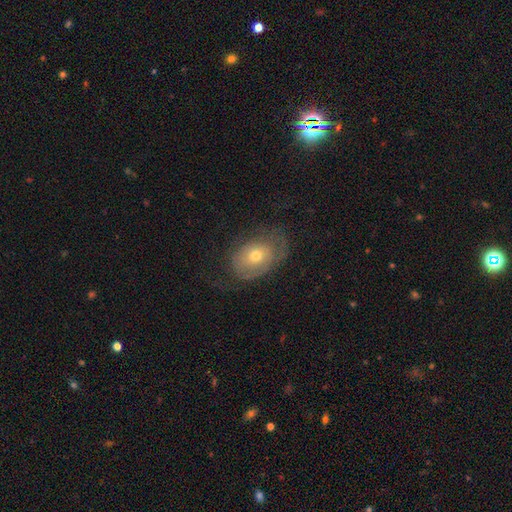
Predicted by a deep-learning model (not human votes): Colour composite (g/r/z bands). It shows a smooth galaxy with no disk features (48%). Merging: none (51%).